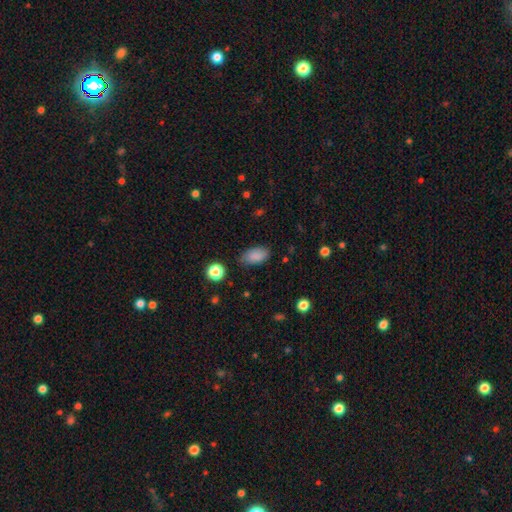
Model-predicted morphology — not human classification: Smooth or featured? smooth (87%)
How rounded? in between (93%)
Merging? none (83%)